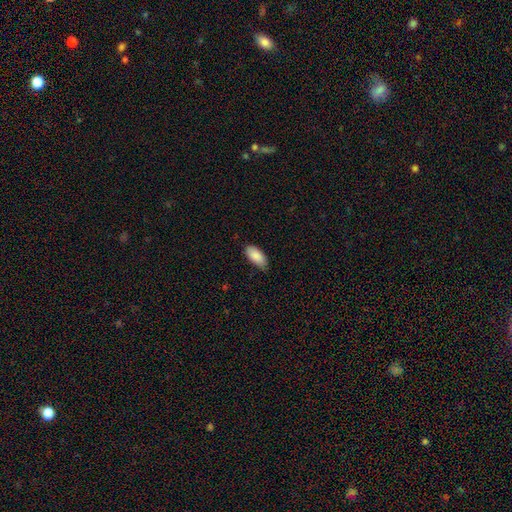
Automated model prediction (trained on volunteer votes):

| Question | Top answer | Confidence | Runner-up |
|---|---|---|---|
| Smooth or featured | smooth | 88% | star or artifact (6%) |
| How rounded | in between | 92% | cigar-shaped (6%) |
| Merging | none | 69% | minor disturbance (26%) |